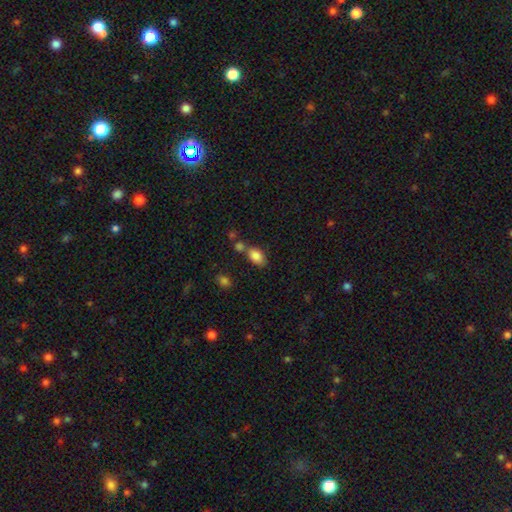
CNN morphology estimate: Smooth or featured: smooth — 84% (star or artifact — 8%)
How rounded: in between — 88% (round — 11%)
Merging: none — 59% (merger — 23%)